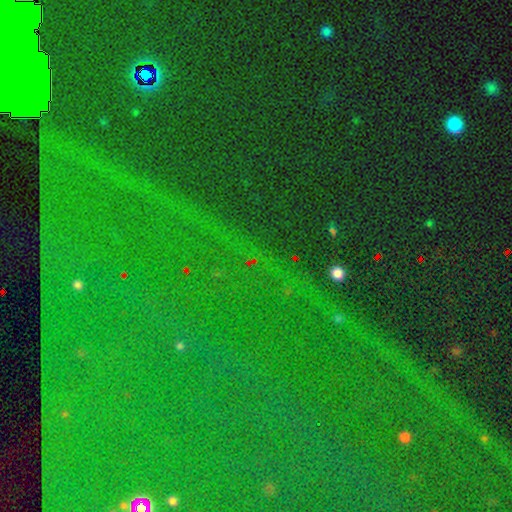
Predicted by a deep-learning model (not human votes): Smooth or featured: star or artifact — 87% (featured or disk — 7%)